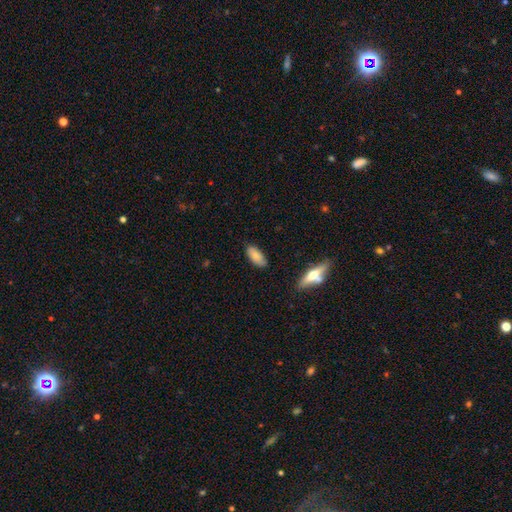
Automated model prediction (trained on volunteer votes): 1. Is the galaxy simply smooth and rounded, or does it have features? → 80% smooth, 13% featured or disk, 7% star or artifact.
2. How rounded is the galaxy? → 85% in between, 13% cigar-shaped, 2% round.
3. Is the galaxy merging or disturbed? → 82% none, 13% minor disturbance, 2% major disturbance, 2% merger.